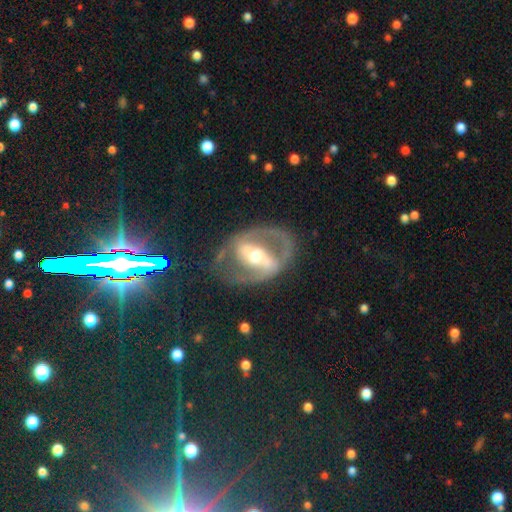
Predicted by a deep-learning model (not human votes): Smooth or featured? featured or disk (83%)
Edge-on disk? no (93%)
Bar? strong (63%)
Spiral arms? yes (70%)
Spiral winding? medium (49%)
Spiral arm count? 2 (83%)
Bulge size? moderate (65%)
Merging? none (65%)